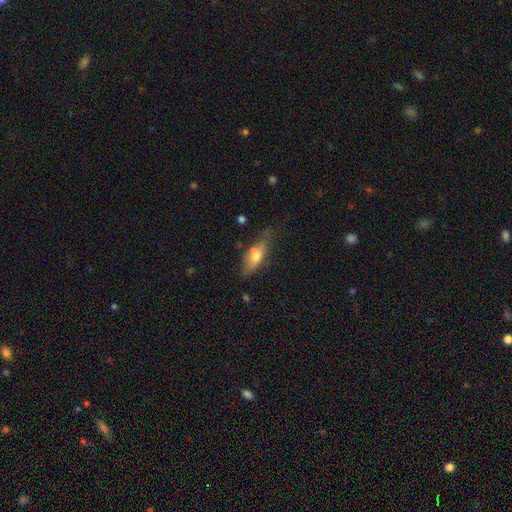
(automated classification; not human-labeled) Smooth or featured? smooth (60%)
How rounded? in between (66%)
Merging? none (58%)